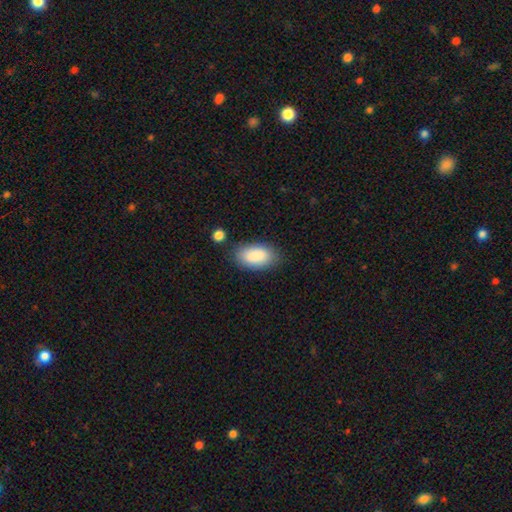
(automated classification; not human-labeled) smooth-or-featured: smooth: 89% | star or artifact: 6% | featured or disk: 5%
  how-rounded: in between: 94% | round: 4% | cigar-shaped: 2%
  merging: none: 78% | minor disturbance: 14% | major disturbance: 4% | merger: 4%